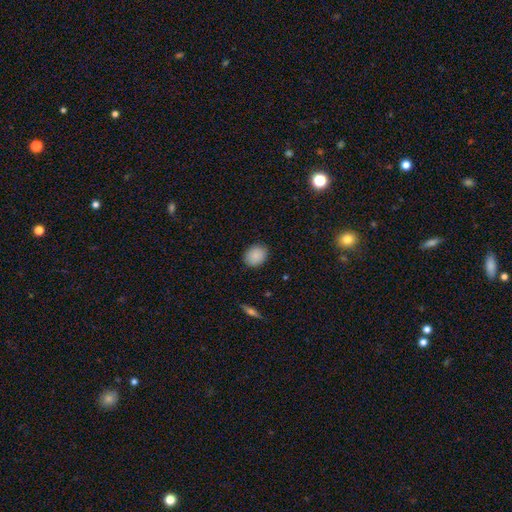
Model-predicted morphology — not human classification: Smooth or featured: smooth — 87% (star or artifact — 8%)
How rounded: round — 51% (in between — 48%)
Merging: none — 87% (minor disturbance — 10%)